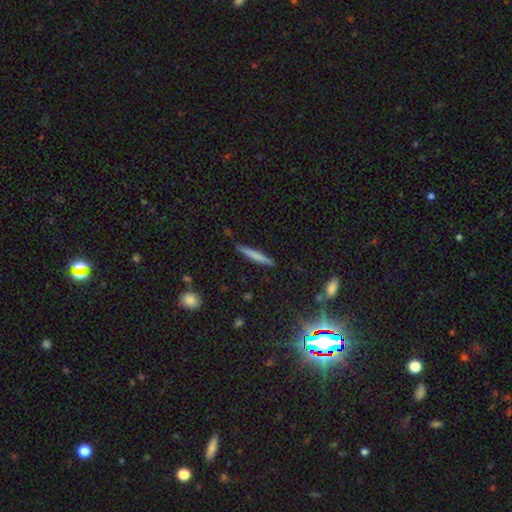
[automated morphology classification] Smooth or featured?
  - smooth: 66% *
  - featured or disk: 27%
  - star or artifact: 7%
How rounded?
  - cigar-shaped: 95% *
  - in between: 4%
  - round: 1%
Merging?
  - none: 87% *
  - minor disturbance: 9%
  - major disturbance: 2%
  - merger: 2%